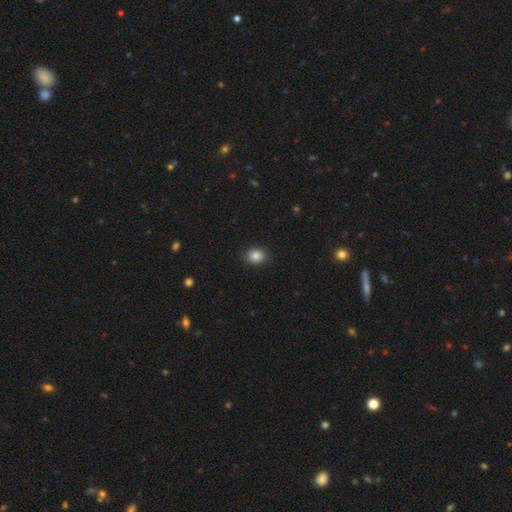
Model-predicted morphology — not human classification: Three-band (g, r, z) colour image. It shows a smooth galaxy with no disk features (86%) that is in between round and cigar-shaped (53%). Merging: none (88%).